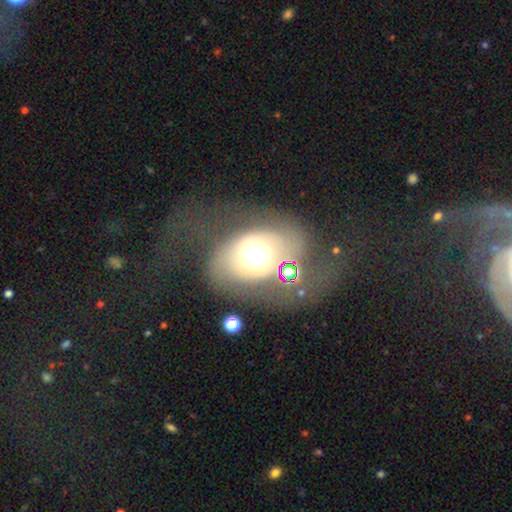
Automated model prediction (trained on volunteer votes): The model was most divided on "merging": major disturbance: 37%, none: 36%, minor disturbance: 20%, merger: 7%. Remaining: smooth or featured — smooth (44%).